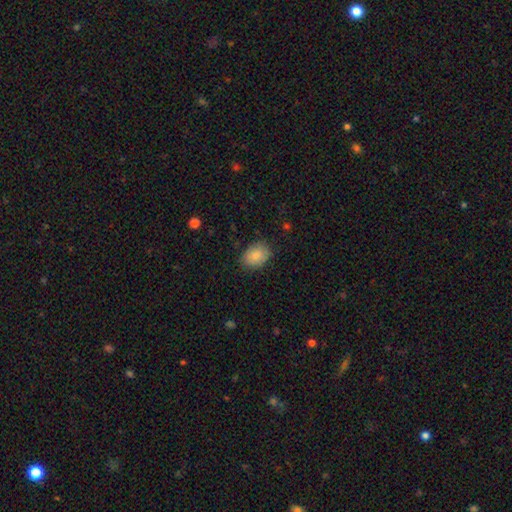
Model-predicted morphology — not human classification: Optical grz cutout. It shows a smooth galaxy with no disk features (84%) that is in between round and cigar-shaped (74%). Merging: none (81%).